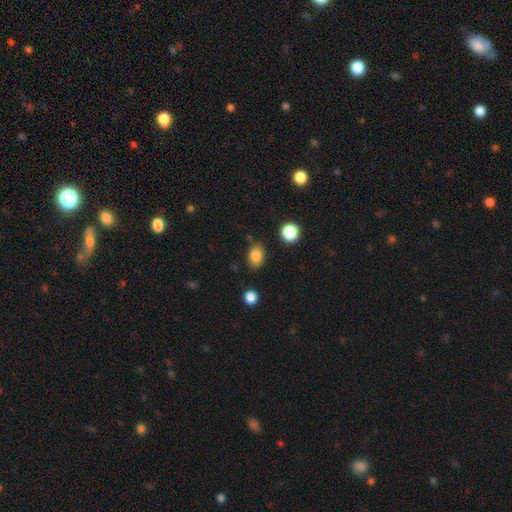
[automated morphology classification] smooth-or-featured: smooth: 84% | star or artifact: 10% | featured or disk: 6%
  how-rounded: in between: 72% | round: 26% | cigar-shaped: 1%
  merging: none: 80% | minor disturbance: 13% | merger: 4% | major disturbance: 3%